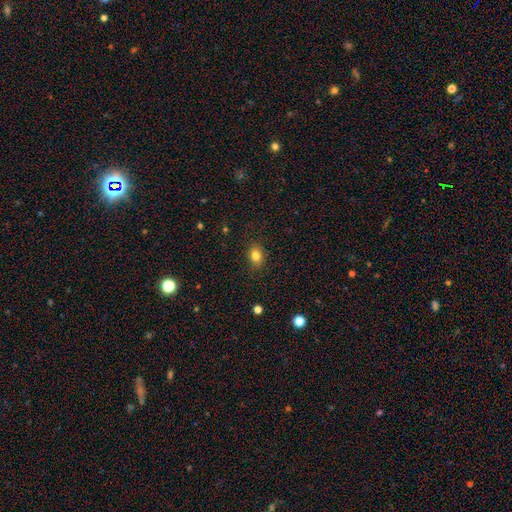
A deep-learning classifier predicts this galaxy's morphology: Q: Smooth or featured?
A: smooth (82%); runner-up: star or artifact (11%)
Q: How rounded?
A: in between (58%); runner-up: round (40%)
Q: Merging?
A: none (86%); runner-up: minor disturbance (10%)